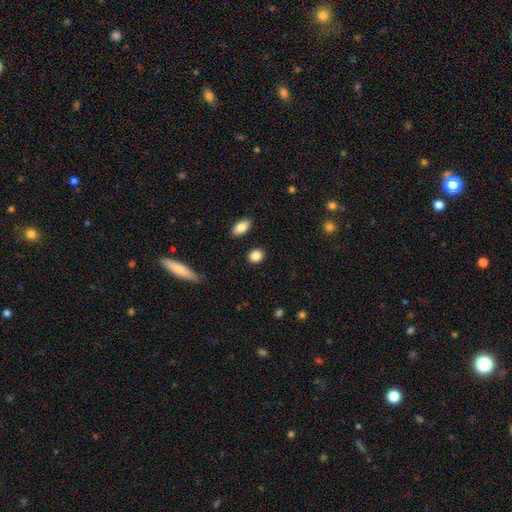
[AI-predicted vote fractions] Smooth or featured? smooth (87%)
How rounded? round (56%)
Merging? none (87%)